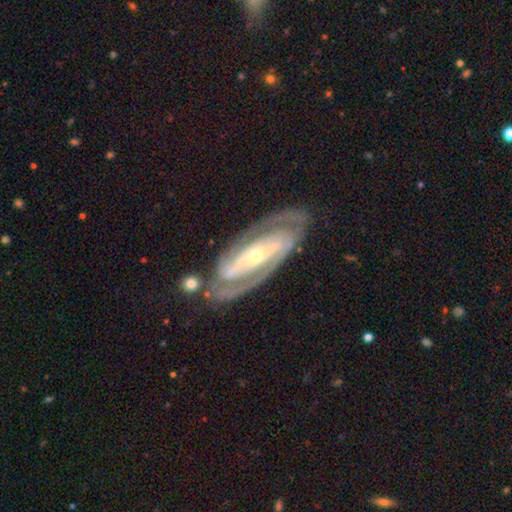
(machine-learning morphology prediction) Smooth or featured: featured or disk — 89% (smooth — 6%)
Edge-on disk: no — 92% (yes — 8%)
Bar: strong — 50% (no — 26%)
Spiral arms: yes — 95% (no — 5%)
Spiral winding: tight — 58% (medium — 35%)
Spiral arm count: 2 — 81% (can't tell — 8%)
Bulge size: small — 71% (moderate — 24%)
Merging: none — 78% (minor disturbance — 13%)